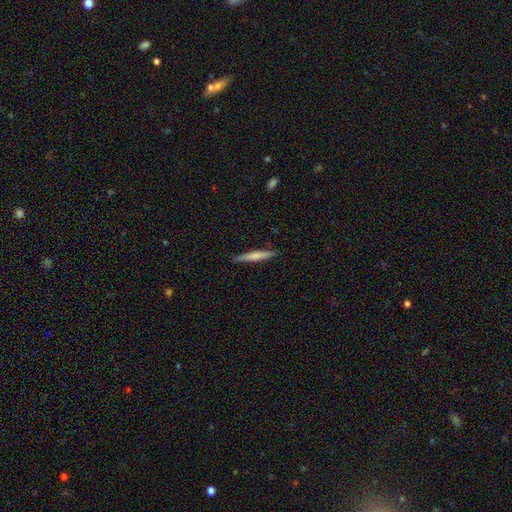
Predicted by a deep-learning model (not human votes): Overall: smooth (59%; featured or disk 36%). How rounded: cigar-shaped (95%). Merging: none (89%).